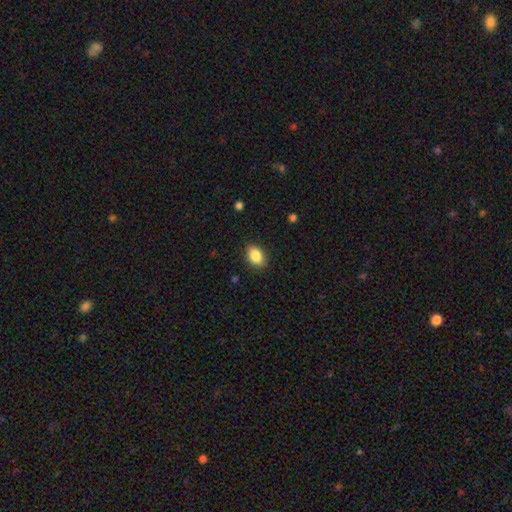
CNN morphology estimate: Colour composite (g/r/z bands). It shows a smooth galaxy with no disk features (87%) that is in between round and cigar-shaped (82%). Merging: none (87%).